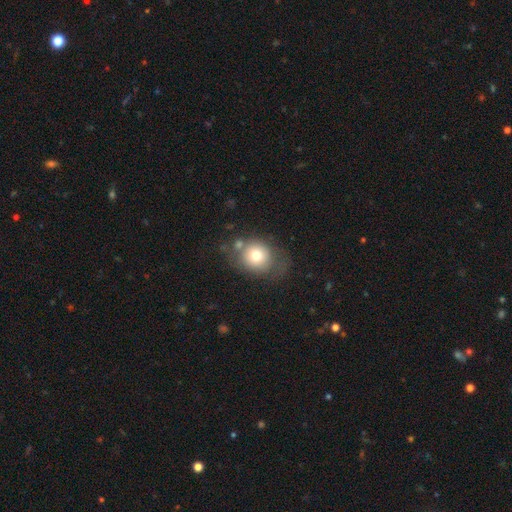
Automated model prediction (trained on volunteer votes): This appears to be a smooth galaxy with no disk features (72%) that is round (68%). Merging: none (55%).